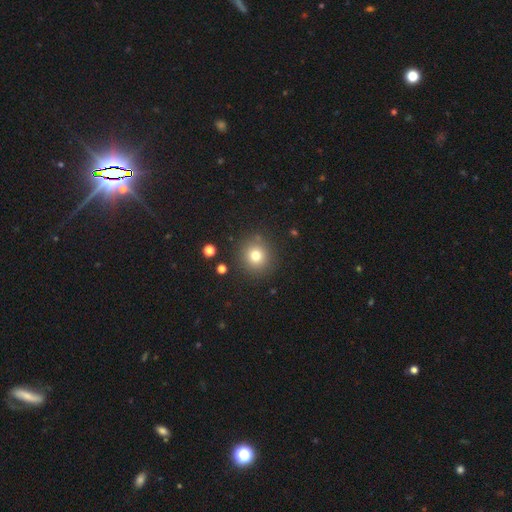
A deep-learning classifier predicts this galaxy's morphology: Q: Smooth or featured?
A: smooth (76%); runner-up: star or artifact (14%)
Q: How rounded?
A: round (92%); runner-up: in between (7%)
Q: Merging?
A: none (87%); runner-up: minor disturbance (7%)